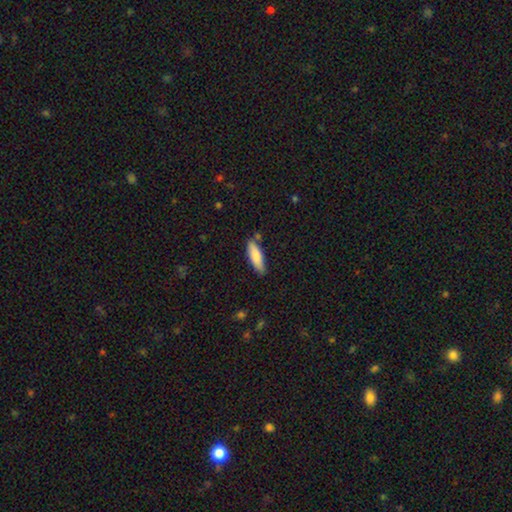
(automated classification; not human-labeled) This is clearly a smooth galaxy (80%). How rounded: possibly cigar-shaped (56%). Merging: likely none (77%).